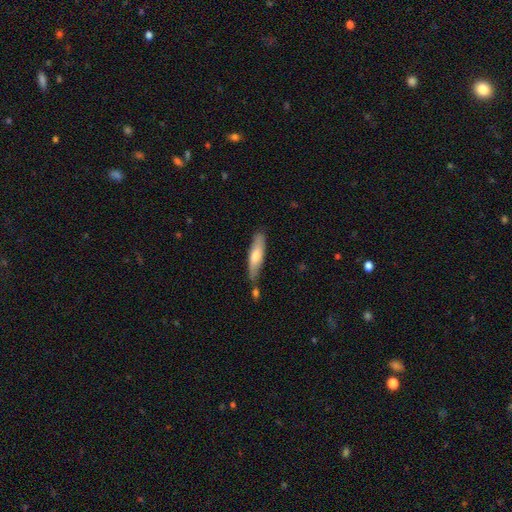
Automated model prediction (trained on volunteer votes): smooth 67%, featured or disk 27%, star or artifact 5%. Down the decision tree: how rounded — cigar-shaped (72%); merging — none (65%).